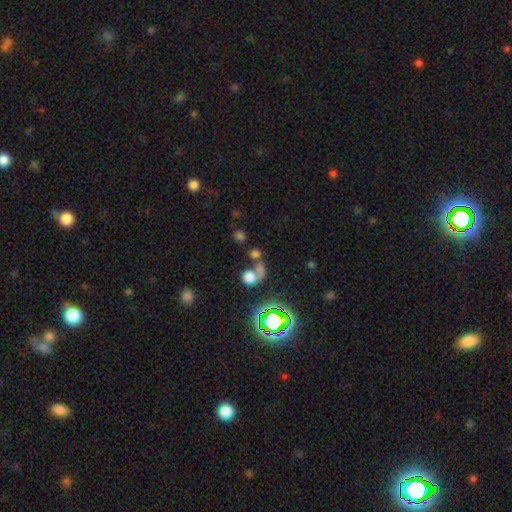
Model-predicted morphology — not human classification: A smooth galaxy with no disk features (49%).

Vote fractions:
- Smooth or featured? smooth: 49% / star or artifact: 36% / featured or disk: 15%
- Merging? merger: 44% / none: 37% / major disturbance: 10% / minor disturbance: 9%